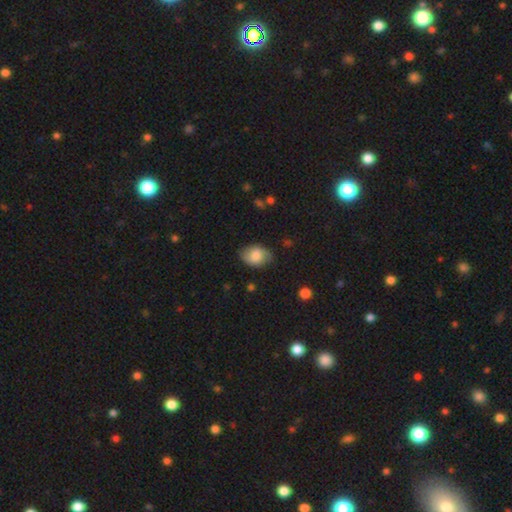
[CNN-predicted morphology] smooth_or_featured: smooth (p=0.72) [alt: featured or disk p=0.21]
how_rounded: in between (p=0.76) [alt: round p=0.23]
merging: none (p=0.74) [alt: minor disturbance p=0.20]